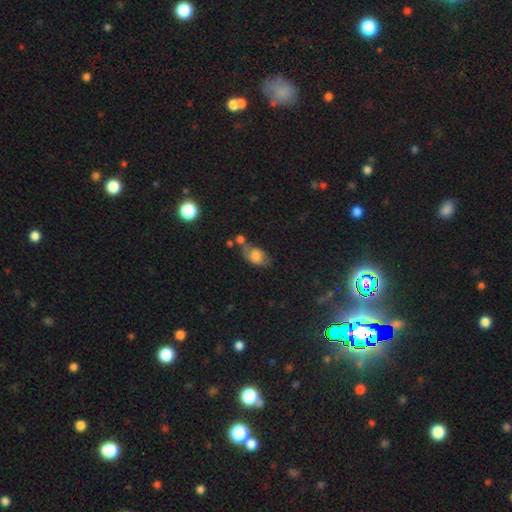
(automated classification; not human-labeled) This is likely a smooth galaxy (66%). How rounded: clearly in between (84%). Merging: marginally none (42%).